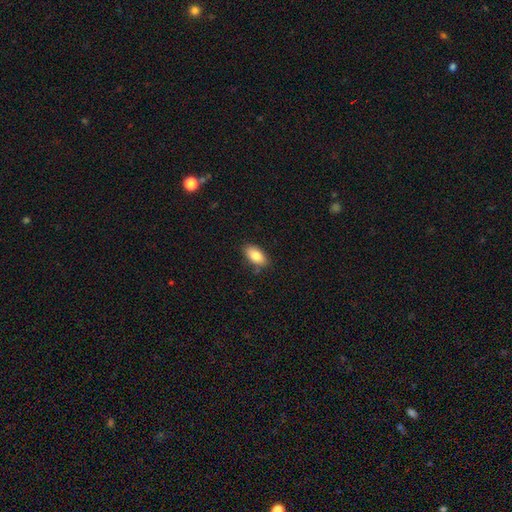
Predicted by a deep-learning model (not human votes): smooth 83%, featured or disk 10%, star or artifact 7%. Down the decision tree: how rounded — in between (91%); merging — none (83%).